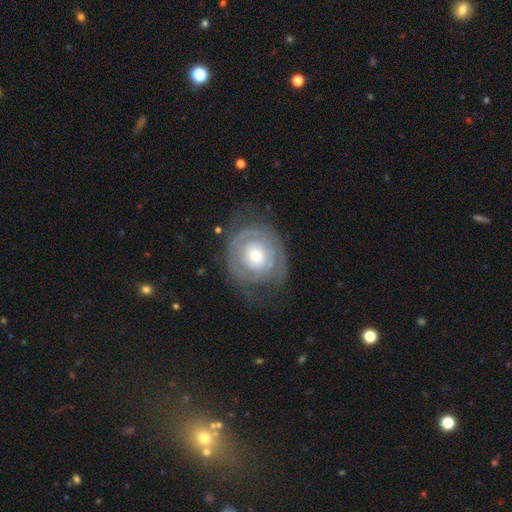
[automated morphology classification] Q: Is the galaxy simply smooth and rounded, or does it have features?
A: featured or disk — 73%.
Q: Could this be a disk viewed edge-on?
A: no — 96%.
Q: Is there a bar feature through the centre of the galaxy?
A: no — 82%.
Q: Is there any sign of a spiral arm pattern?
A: yes — 67%.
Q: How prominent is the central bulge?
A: moderate — 52%.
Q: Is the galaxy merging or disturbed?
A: none — 62%.